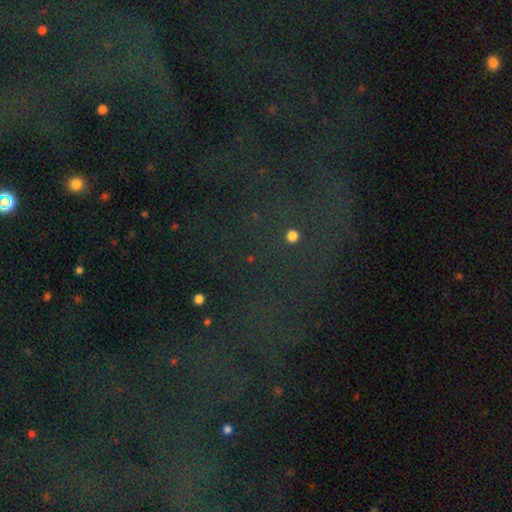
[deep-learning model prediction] smooth-or-featured: star or artifact: 76% | smooth: 12% | featured or disk: 12%